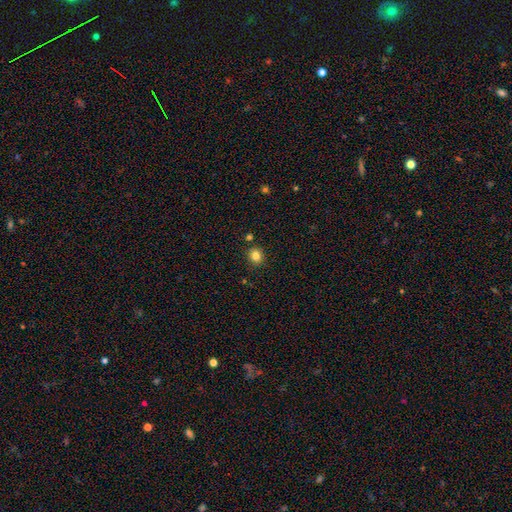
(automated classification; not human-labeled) smooth 83%, star or artifact 12%, featured or disk 5%. Down the decision tree: how rounded — round (83%); merging — none (87%).